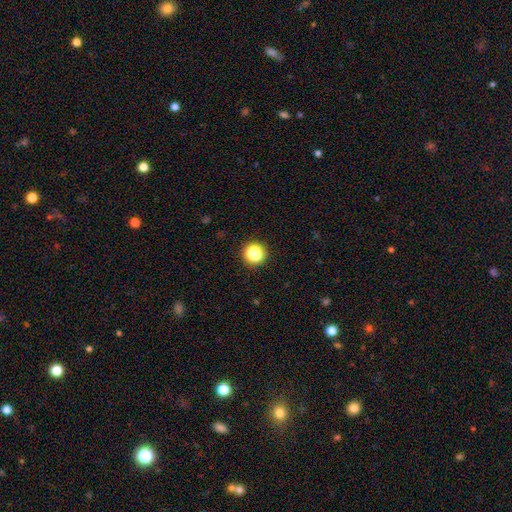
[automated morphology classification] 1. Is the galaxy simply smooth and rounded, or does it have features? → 79% smooth, 16% star or artifact, 5% featured or disk.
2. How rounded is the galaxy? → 93% round, 6% in between, 1% cigar-shaped.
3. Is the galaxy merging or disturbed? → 89% none, 6% minor disturbance, 3% merger, 2% major disturbance.